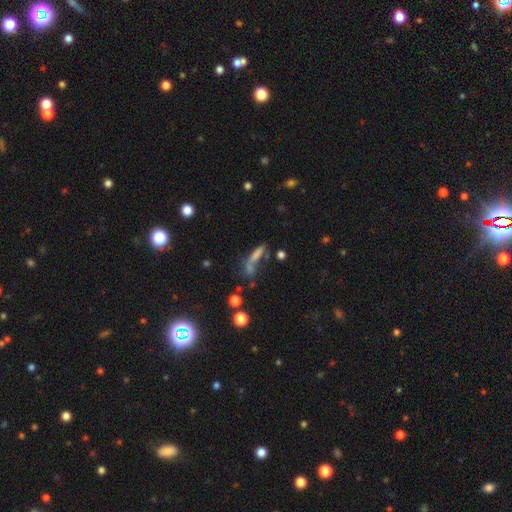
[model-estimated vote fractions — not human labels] Smooth or featured?
  - smooth: 49% *
  - star or artifact: 27%
  - featured or disk: 25%
Merging?
  - none: 42% *
  - merger: 26%
  - minor disturbance: 16%
  - major disturbance: 16%